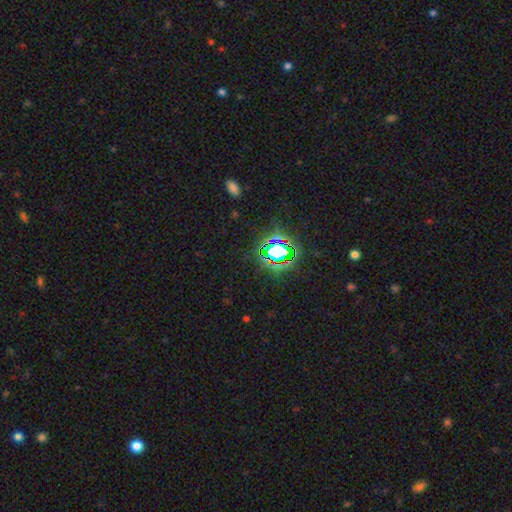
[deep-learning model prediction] Smooth or featured? star or artifact (80%)